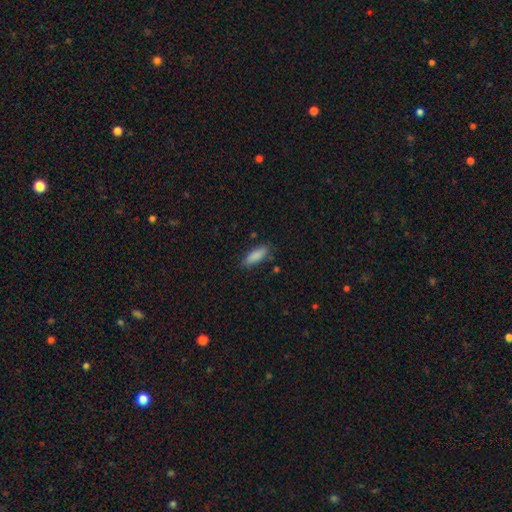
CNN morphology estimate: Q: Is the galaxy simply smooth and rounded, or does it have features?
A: smooth — 87%.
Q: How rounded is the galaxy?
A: in between — 63%.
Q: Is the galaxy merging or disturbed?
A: none — 81%.